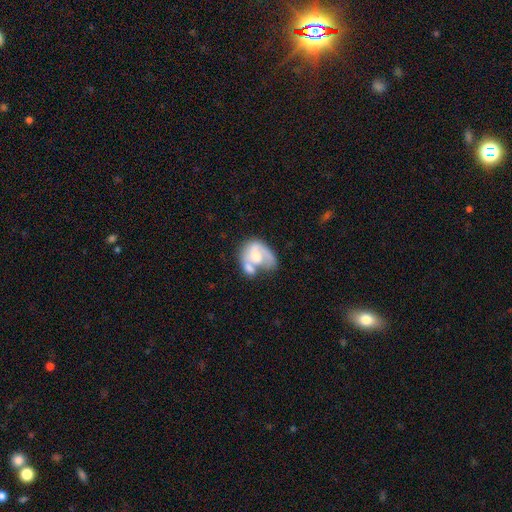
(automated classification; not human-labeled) smooth-or-featured: featured or disk: 54% | smooth: 40% | star or artifact: 7%
  disk-edge-on: no: 97% | yes: 3%
    bar: no: 62% | weak: 30% | strong: 8%
    has-spiral-arms: yes: 57% | no: 43%
    bulge-size: moderate: 52% | small: 26% | large: 11% | none: 9% | dominant: 2%
  merging: merger: 46% | none: 20% | major disturbance: 20% | minor disturbance: 15%